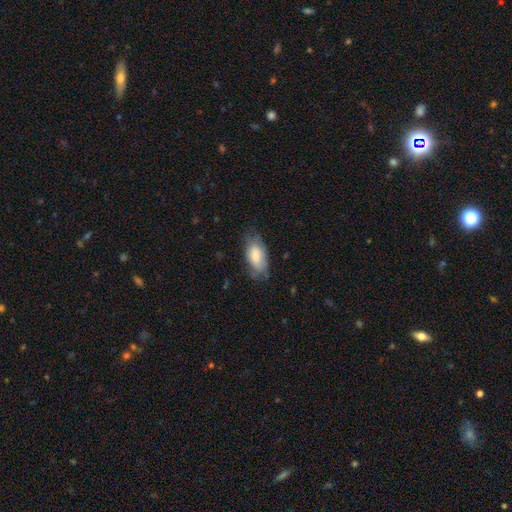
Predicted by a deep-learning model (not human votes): Q: Smooth or featured?
A: smooth (75%); runner-up: featured or disk (18%)
Q: How rounded?
A: in between (90%); runner-up: cigar-shaped (7%)
Q: Merging?
A: none (63%); runner-up: minor disturbance (27%)